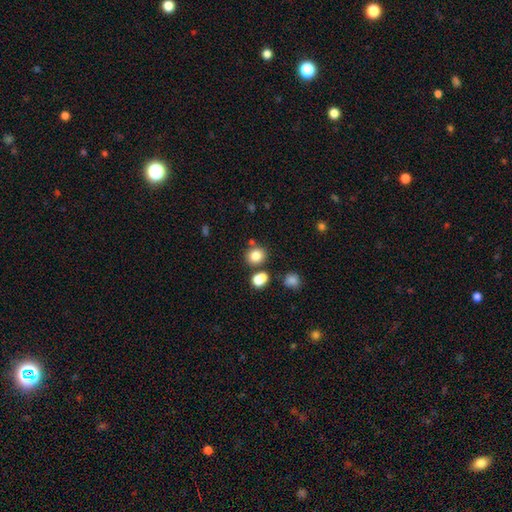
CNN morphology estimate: smooth-or-featured: smooth: 81% | star or artifact: 13% | featured or disk: 6%
  how-rounded: round: 81% | in between: 18% | cigar-shaped: 1%
  merging: none: 73% | merger: 14% | minor disturbance: 9% | major disturbance: 3%